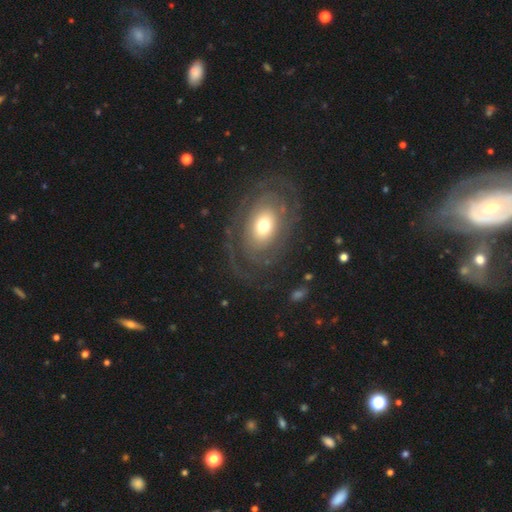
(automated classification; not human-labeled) The model was most divided on "smooth or featured": featured or disk: 62%, smooth: 24%, star or artifact: 14%. More confident: edge-on disk — no (93%); merging — none (79%); bar — no (74%); spiral arms — yes (73%); bulge size — moderate (62%).